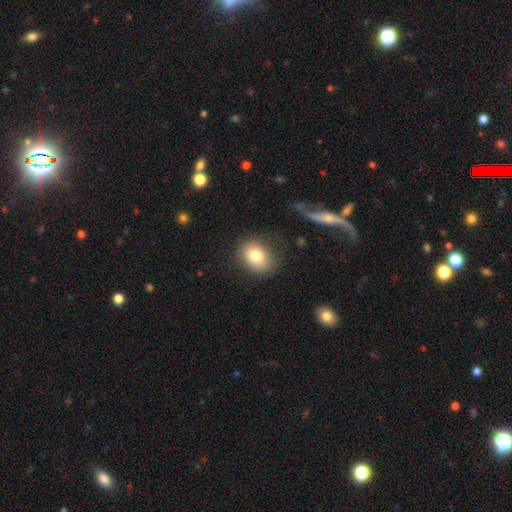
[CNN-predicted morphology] A smooth galaxy with no disk features (81%) that is in between round and cigar-shaped (55%). Merging: none (79%).